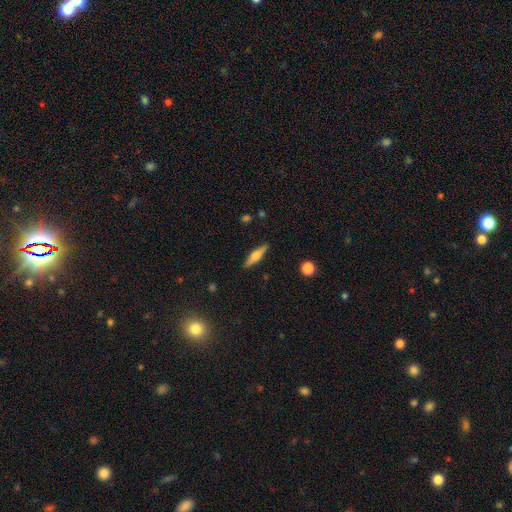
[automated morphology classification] smooth-or-featured: featured or disk: 60% | smooth: 34% | star or artifact: 6%
  disk-edge-on: yes: 96% | no: 4%
    edge-on-bulge: rounded: 91% | boxy: 6% | none: 3%
  merging: none: 90% | minor disturbance: 7% | major disturbance: 2% | merger: 1%